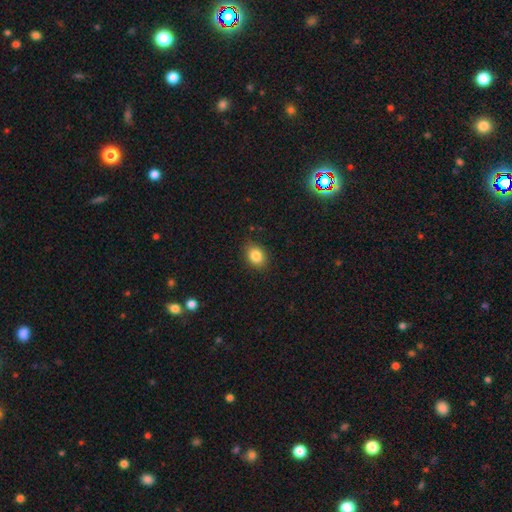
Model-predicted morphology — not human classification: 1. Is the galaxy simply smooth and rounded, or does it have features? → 85% smooth, 10% star or artifact, 6% featured or disk.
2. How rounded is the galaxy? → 60% in between, 39% round, 1% cigar-shaped.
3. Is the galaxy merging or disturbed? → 85% none, 12% minor disturbance, 3% major disturbance, 1% merger.